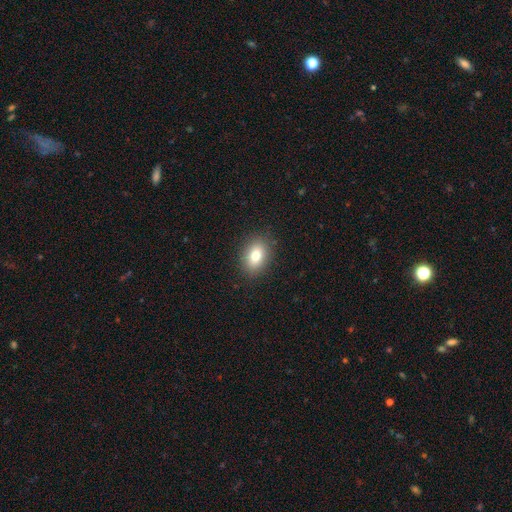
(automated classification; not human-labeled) A smooth galaxy with no disk features (79%) that is in between round and cigar-shaped (79%).

Vote fractions:
- Smooth or featured? smooth: 79% / featured or disk: 11% / star or artifact: 10%
- How rounded? in between: 79% / round: 20% / cigar-shaped: 2%
- Merging? none: 88% / minor disturbance: 8% / major disturbance: 3% / merger: 1%